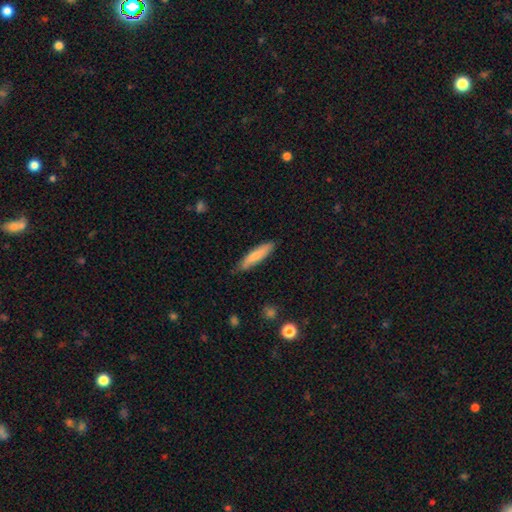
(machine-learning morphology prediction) This appears to be a smooth galaxy with no disk features (76%) that is cigar-shaped (82%). Merging: none (82%).